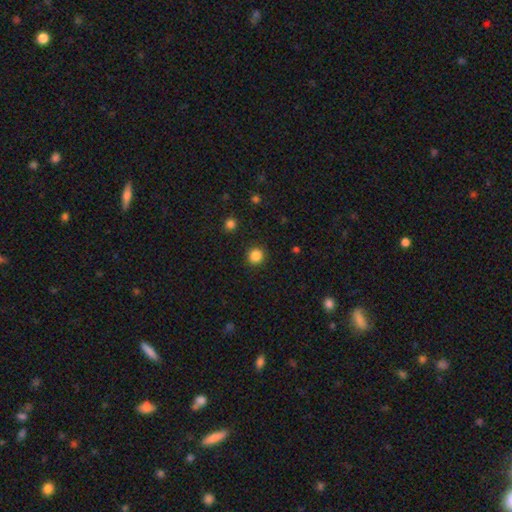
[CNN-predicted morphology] The model was most divided on "smooth or featured": smooth: 85%, star or artifact: 11%, featured or disk: 3%. More confident: how rounded — round (94%); merging — none (93%).